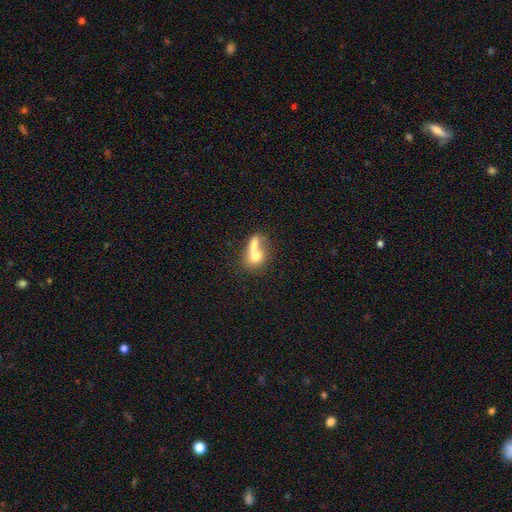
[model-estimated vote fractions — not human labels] A smooth galaxy with no disk features (69%) that is in between round and cigar-shaped (51%).

Vote fractions:
- Smooth or featured? smooth: 69% / featured or disk: 23% / star or artifact: 9%
- How rounded? in between: 51% / round: 44% / cigar-shaped: 5%
- Merging? merger: 63% / none: 20% / major disturbance: 9% / minor disturbance: 8%